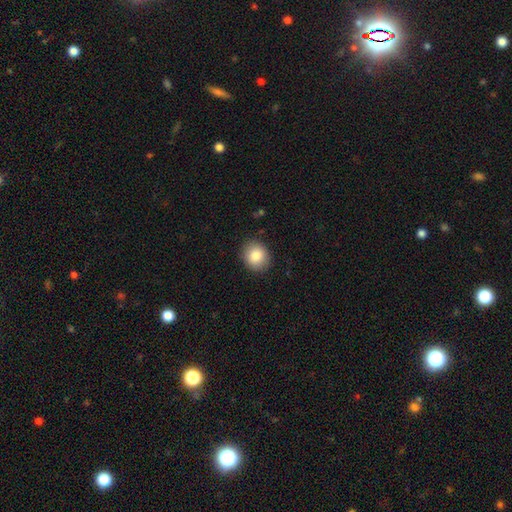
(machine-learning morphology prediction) This appears to be a smooth galaxy with no disk features (85%) that is round (75%). Merging: none (89%).